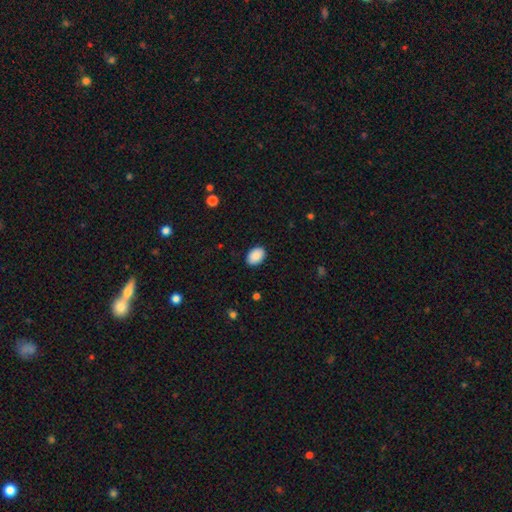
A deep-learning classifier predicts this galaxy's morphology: Smooth or featured? smooth (91%)
How rounded? in between (85%)
Merging? none (89%)